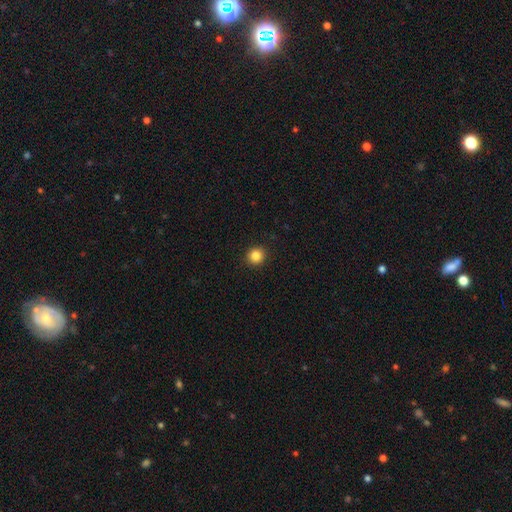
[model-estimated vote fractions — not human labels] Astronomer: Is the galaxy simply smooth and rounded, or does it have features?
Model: smooth — 85%.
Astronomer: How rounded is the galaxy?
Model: round — 94%.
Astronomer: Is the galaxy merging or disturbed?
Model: none — 93%.